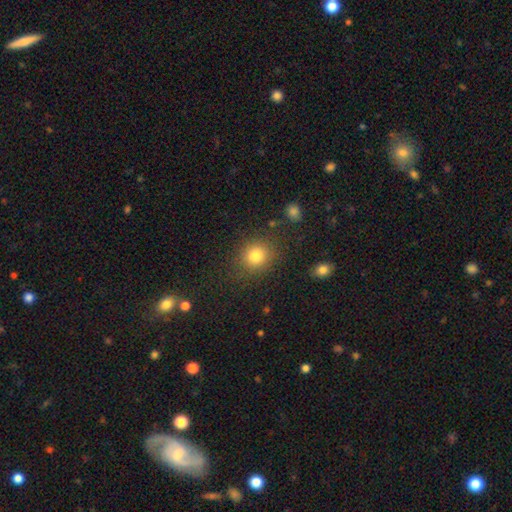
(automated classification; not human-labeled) smooth-or-featured: smooth: 82% | star or artifact: 11% | featured or disk: 7%
  how-rounded: round: 76% | in between: 23% | cigar-shaped: 1%
  merging: none: 81% | minor disturbance: 11% | major disturbance: 5% | merger: 3%